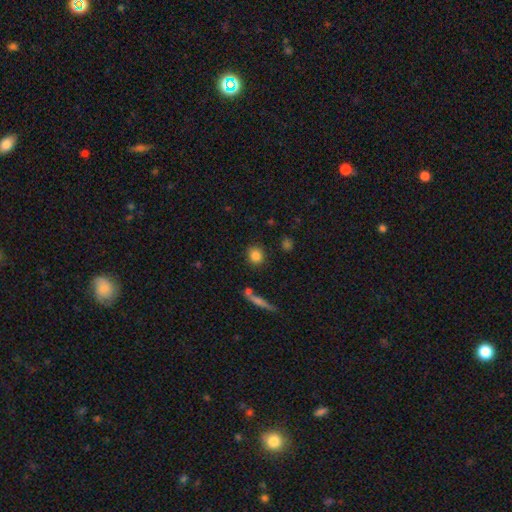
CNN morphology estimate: smooth 84%, star or artifact 10%, featured or disk 6%. Down the decision tree: how rounded — round (81%); merging — none (84%).